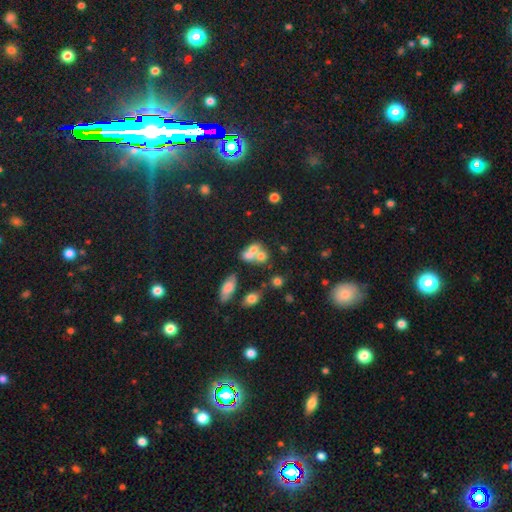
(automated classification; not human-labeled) Smooth or featured? smooth (60%)
How rounded? in between (56%)
Merging? merger (62%)